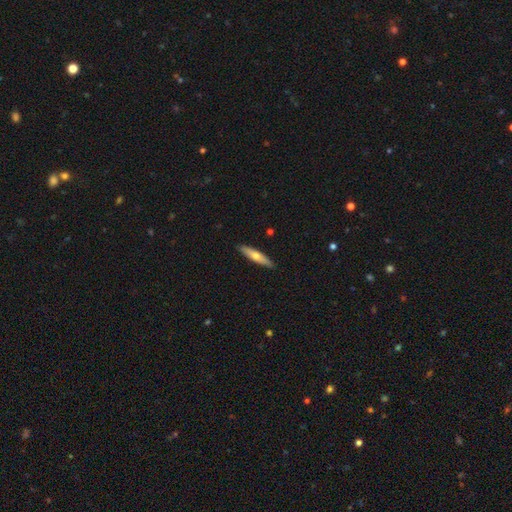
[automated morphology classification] smooth 56%, featured or disk 38%, star or artifact 5%. Down the decision tree: how rounded — cigar-shaped (81%); merging — none (90%).